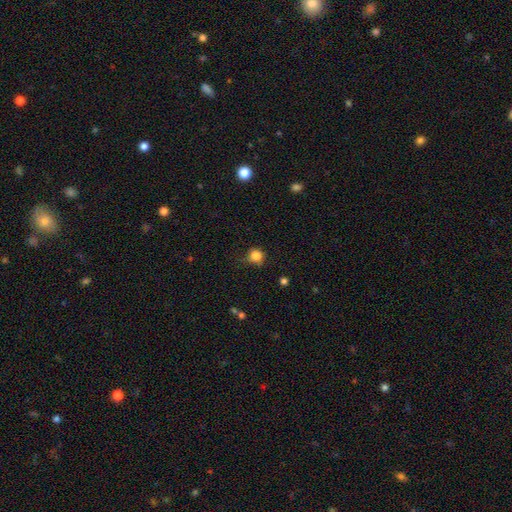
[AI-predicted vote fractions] A smooth galaxy with no disk features (84%) that is round (85%). Merging: none (63%).